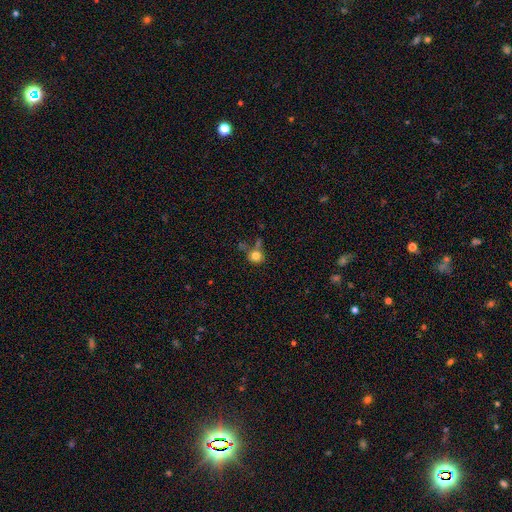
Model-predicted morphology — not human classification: Smooth or featured? smooth (80%)
How rounded? round (87%)
Merging? none (62%)